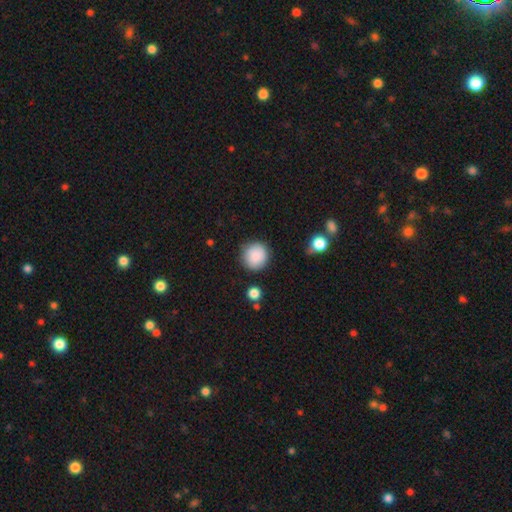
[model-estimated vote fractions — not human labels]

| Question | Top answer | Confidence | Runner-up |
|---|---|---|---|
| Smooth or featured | smooth | 87% | star or artifact (8%) |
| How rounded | round | 92% | in between (7%) |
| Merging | none | 84% | minor disturbance (11%) |